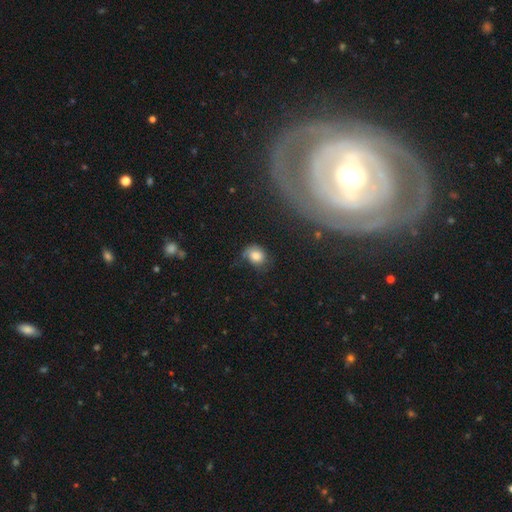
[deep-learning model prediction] This appears to be a smooth galaxy with no disk features (79%) that is round (57%). Merging: none (48%).